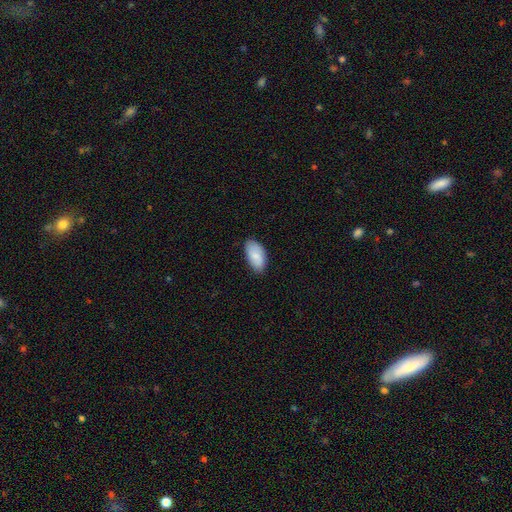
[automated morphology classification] smooth_or_featured: smooth (p=0.82) [alt: featured or disk p=0.13]
how_rounded: in between (p=0.95) [alt: round p=0.03]
merging: none (p=0.80) [alt: minor disturbance p=0.16]